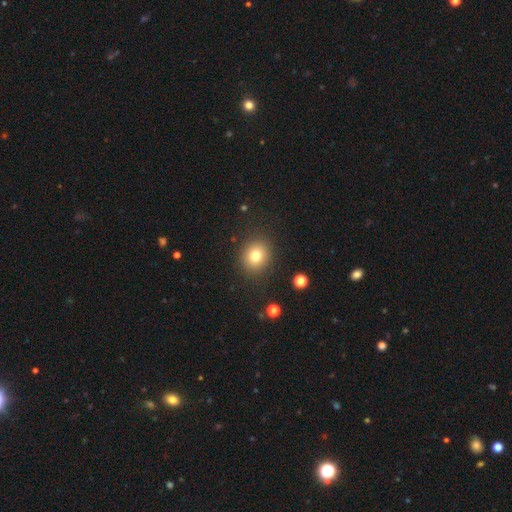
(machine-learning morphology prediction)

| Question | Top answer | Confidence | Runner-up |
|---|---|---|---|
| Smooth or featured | smooth | 78% | star or artifact (13%) |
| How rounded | round | 75% | in between (25%) |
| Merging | none | 88% | minor disturbance (8%) |